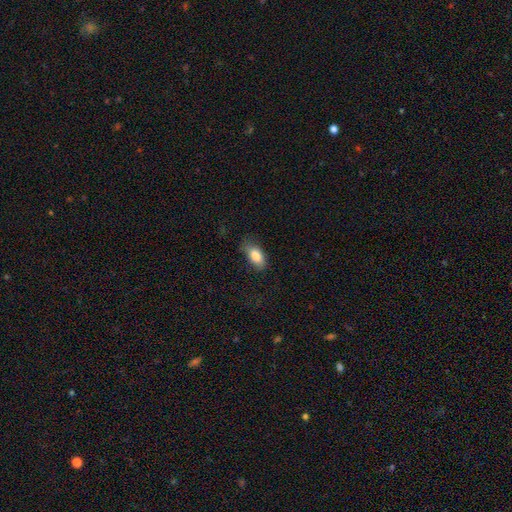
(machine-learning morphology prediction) A smooth galaxy with no disk features (84%) that is in between round and cigar-shaped (90%). Merging: none (64%).